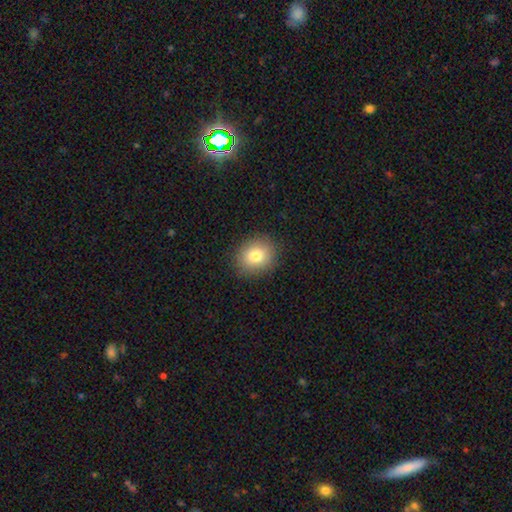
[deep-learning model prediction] A smooth galaxy with no disk features (79%) that is round (69%).

Vote fractions:
- Smooth or featured? smooth: 79% / star or artifact: 11% / featured or disk: 10%
- How rounded? round: 69% / in between: 31% / cigar-shaped: 1%
- Merging? none: 89% / minor disturbance: 8% / major disturbance: 2% / merger: 1%